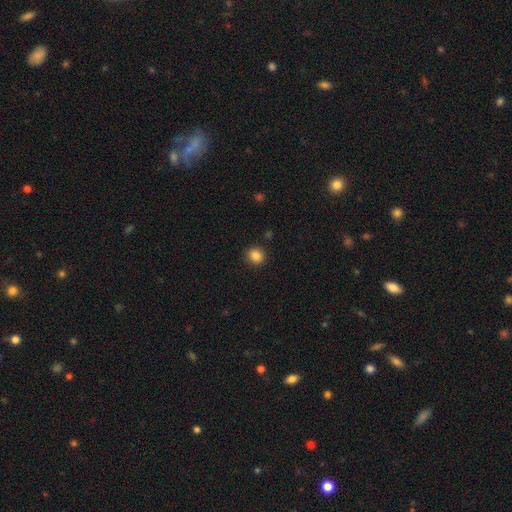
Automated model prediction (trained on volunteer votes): Q: Smooth or featured?
A: smooth (86%); runner-up: star or artifact (10%)
Q: How rounded?
A: round (75%); runner-up: in between (24%)
Q: Merging?
A: none (90%); runner-up: minor disturbance (7%)